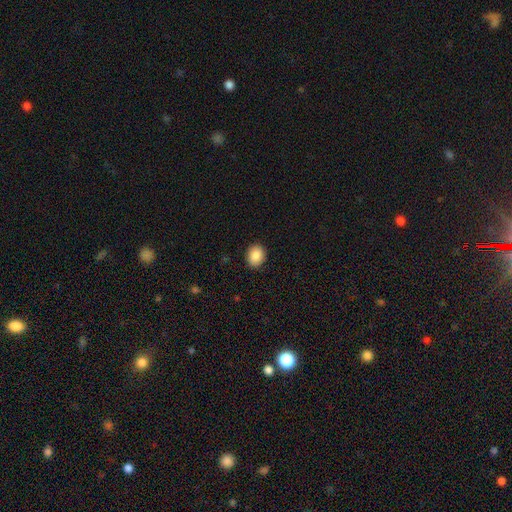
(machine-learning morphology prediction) A smooth galaxy with no disk features (89%) that is round (51%).

Vote fractions:
- Smooth or featured? smooth: 89% / star or artifact: 8% / featured or disk: 4%
- How rounded? round: 51% / in between: 49% / cigar-shaped: 1%
- Merging? none: 90% / minor disturbance: 7% / major disturbance: 2% / merger: 1%